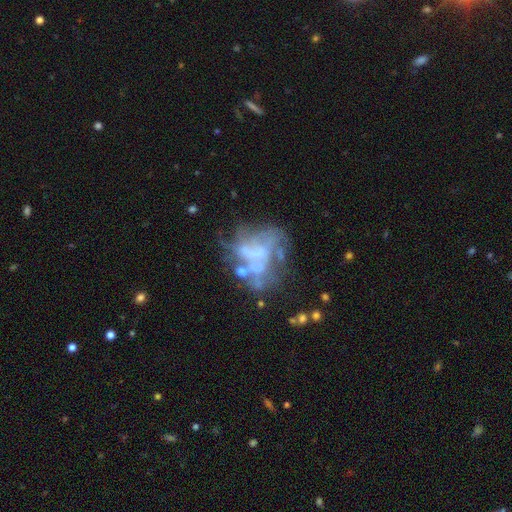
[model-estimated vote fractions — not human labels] featured or disk 69%, smooth 18%, star or artifact 14%. Down the decision tree: edge-on disk — no (98%); bar — no (75%); spiral arms — no (73%); bulge size — none (60%); merging — none (38%).